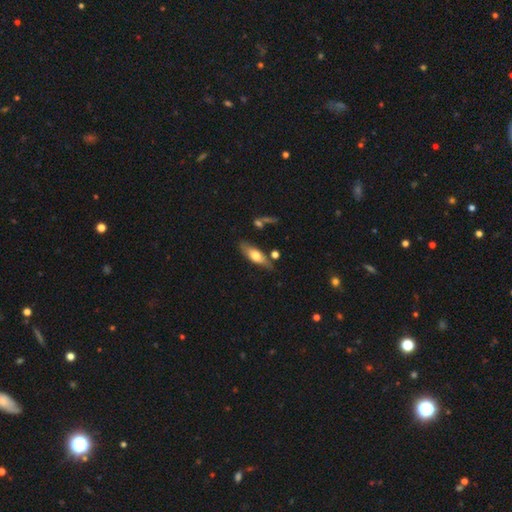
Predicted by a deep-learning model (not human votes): This appears to be a smooth galaxy with no disk features (61%) that is in between round and cigar-shaped (59%). Merging: none (73%).